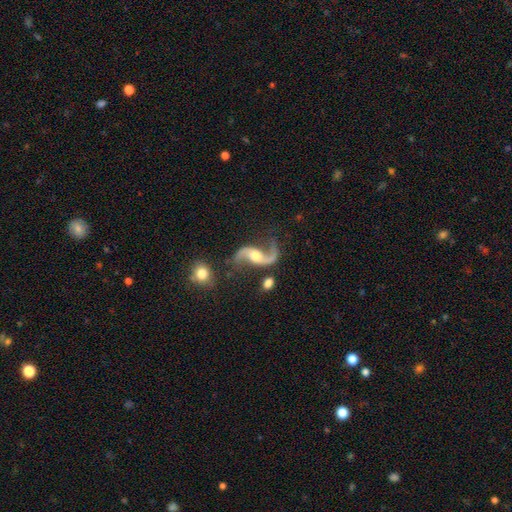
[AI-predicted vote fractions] This appears to be a featured or disk galaxy (91%) with no bar (52%), 2 (94%) loose (85%) spiral arms (98%) and a moderate central bulge (63%). Merging: none (71%).